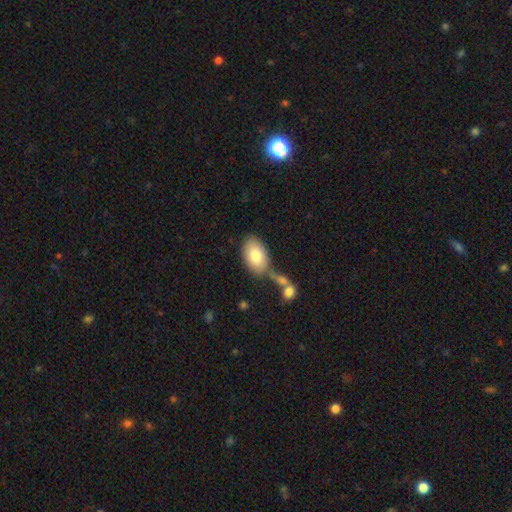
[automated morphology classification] Smooth or featured? smooth (82%)
How rounded? in between (92%)
Merging? none (54%)